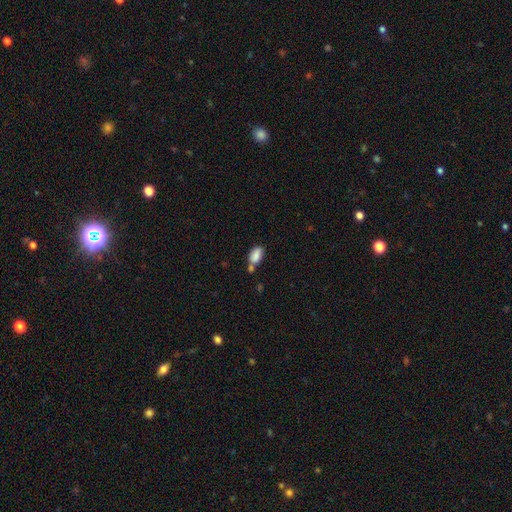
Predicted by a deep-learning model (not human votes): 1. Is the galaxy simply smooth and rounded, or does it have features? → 84% smooth, 8% star or artifact, 7% featured or disk.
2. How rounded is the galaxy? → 91% in between, 6% round, 3% cigar-shaped.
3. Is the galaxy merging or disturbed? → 47% none, 29% merger, 18% minor disturbance, 5% major disturbance.